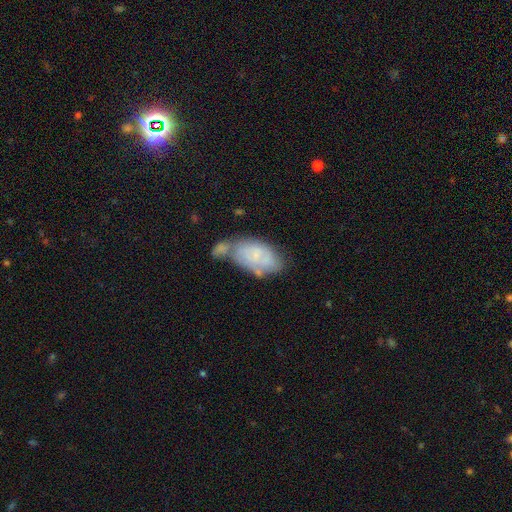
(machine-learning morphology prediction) This appears to be a smooth galaxy with no disk features (53%) that is in between round and cigar-shaped (92%). Merging: merger (42%).